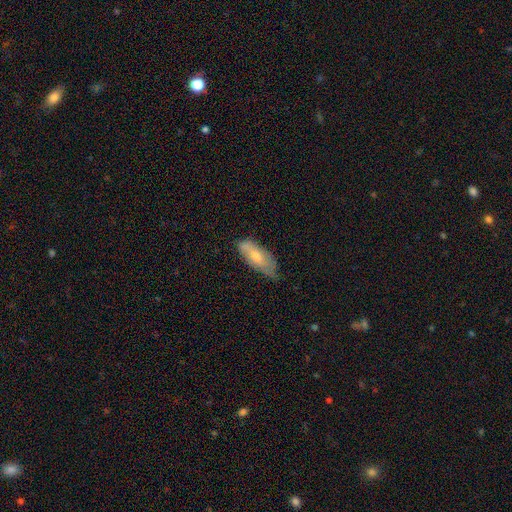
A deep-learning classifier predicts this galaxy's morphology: smooth-or-featured: smooth: 60% | featured or disk: 33% | star or artifact: 6%
  how-rounded: in between: 77% | cigar-shaped: 21% | round: 2%
  merging: none: 51% | minor disturbance: 39% | major disturbance: 8% | merger: 2%